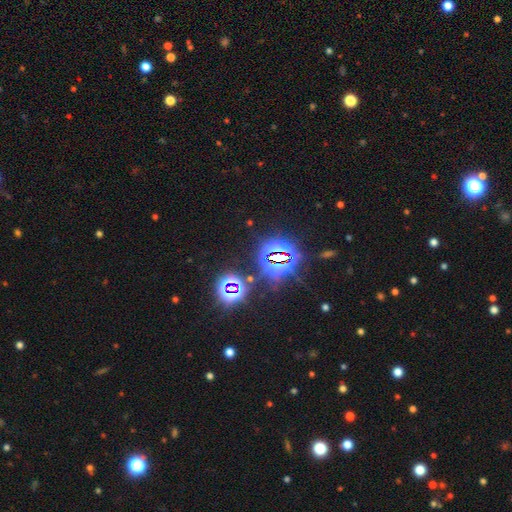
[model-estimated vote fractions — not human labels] Q: Smooth or featured?
A: star or artifact (79%); runner-up: smooth (14%)